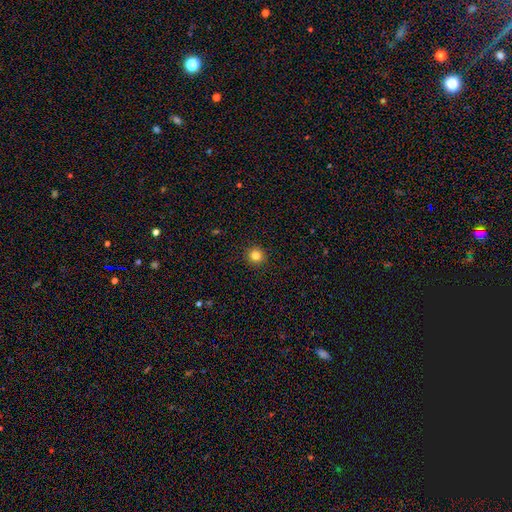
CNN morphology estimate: Smooth or featured? smooth (82%)
How rounded? round (95%)
Merging? none (93%)